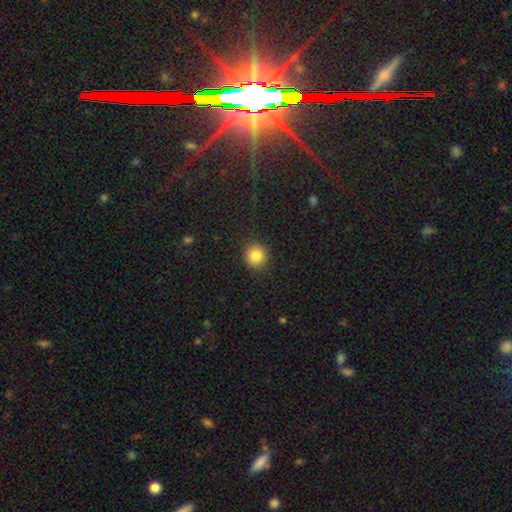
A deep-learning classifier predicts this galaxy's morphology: type=smooth (85%); roundness=round (91%); merging=none (91%).